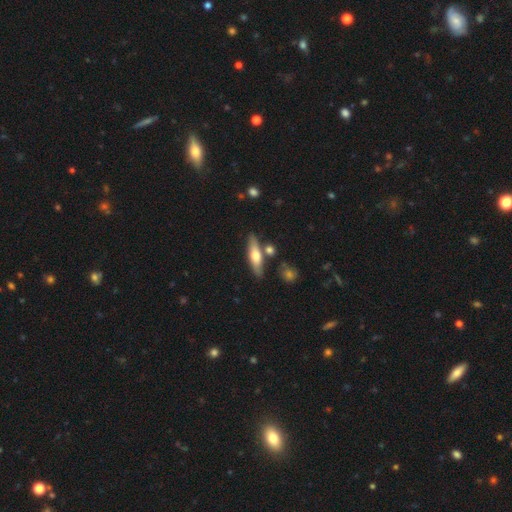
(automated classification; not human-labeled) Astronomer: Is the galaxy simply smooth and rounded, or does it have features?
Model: smooth — 53% (runner-up: featured or disk, 41%).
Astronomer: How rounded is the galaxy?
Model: cigar-shaped — 64%.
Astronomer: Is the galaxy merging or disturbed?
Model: none — 75%.